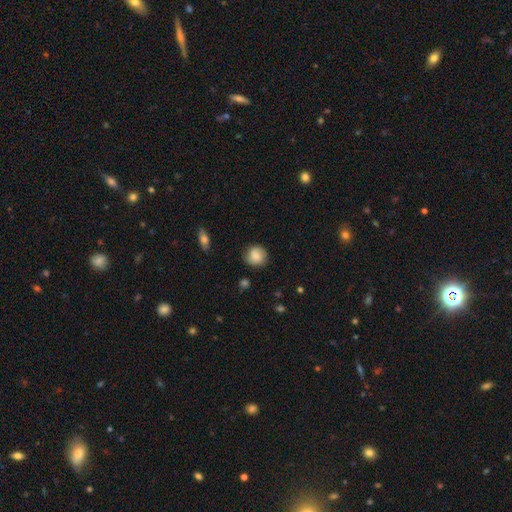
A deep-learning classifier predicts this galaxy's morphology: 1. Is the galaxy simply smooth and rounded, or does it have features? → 75% smooth, 17% featured or disk, 8% star or artifact.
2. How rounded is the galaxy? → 85% round, 14% in between, 1% cigar-shaped.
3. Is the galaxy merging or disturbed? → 81% none, 14% minor disturbance, 3% major disturbance, 2% merger.